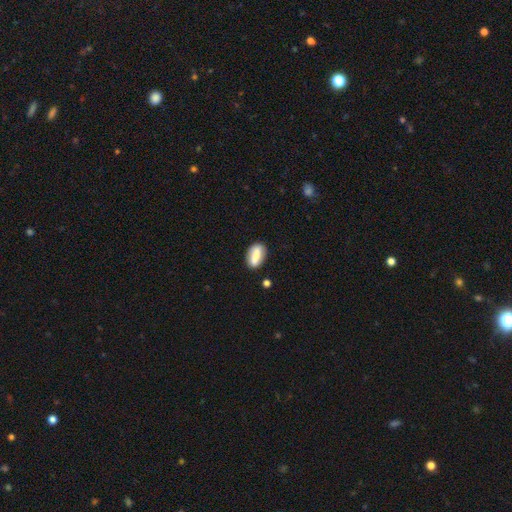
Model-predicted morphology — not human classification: A smooth galaxy with no disk features (70%) that is in between round and cigar-shaped (84%). Merging: none (82%).